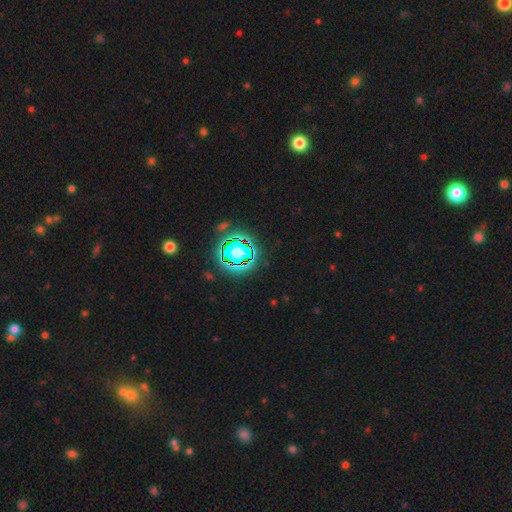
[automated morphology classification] Q: Smooth or featured?
A: star or artifact (76%); runner-up: smooth (14%)